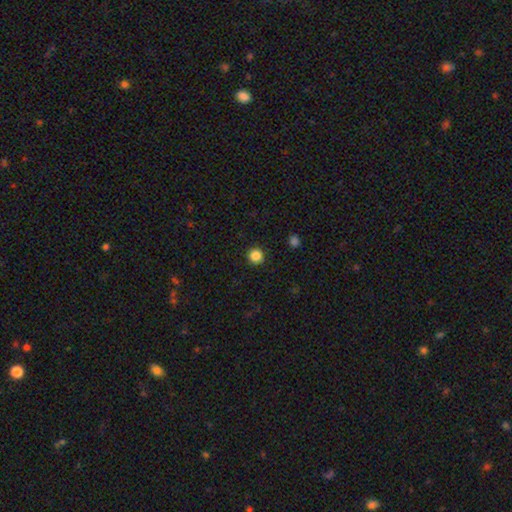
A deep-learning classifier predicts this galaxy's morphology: smooth-or-featured: smooth: 86% | star or artifact: 11% | featured or disk: 3%
  how-rounded: round: 96% | in between: 3% | cigar-shaped: 1%
  merging: none: 93% | minor disturbance: 5% | major disturbance: 2% | merger: 1%